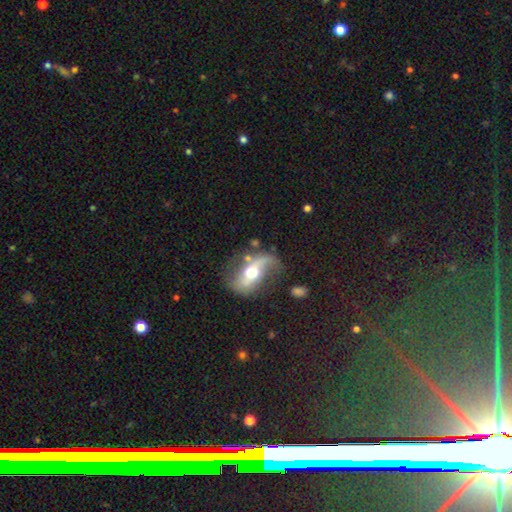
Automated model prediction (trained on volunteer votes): Overall: featured or disk (80%). Edge-on disk: no (92%). Bar: no (38%; weak 31%). Spiral arms: yes (88%). Spiral arm count: 2 (84%). Spiral winding: loose (77%). Bulge size: moderate (73%). Merging: none (60%; minor disturbance 20%).